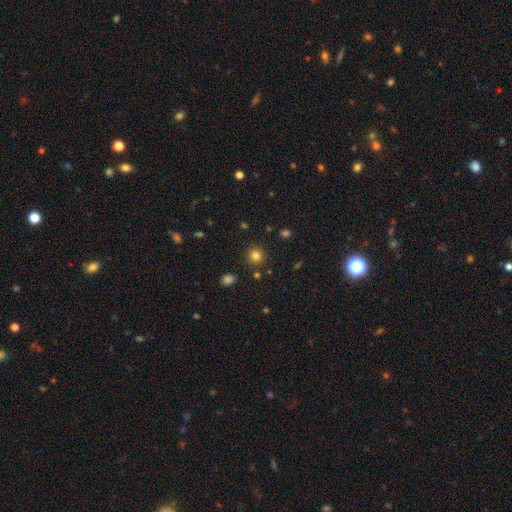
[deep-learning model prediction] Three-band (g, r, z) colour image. It shows a smooth galaxy with no disk features (81%) that is round (90%). Merging: none (88%).